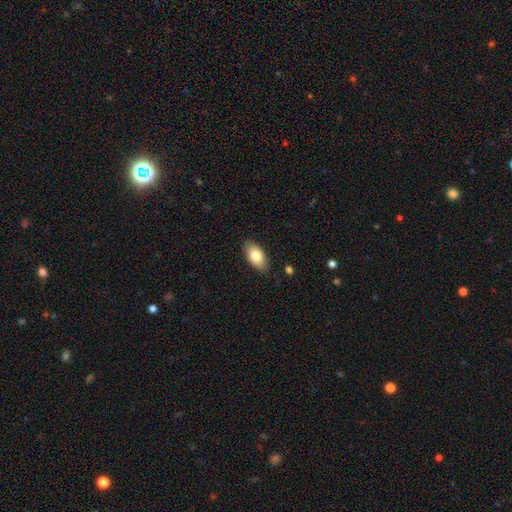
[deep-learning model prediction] This is clearly a smooth galaxy (81%). How rounded: clearly in between (93%). Merging: clearly none (87%).